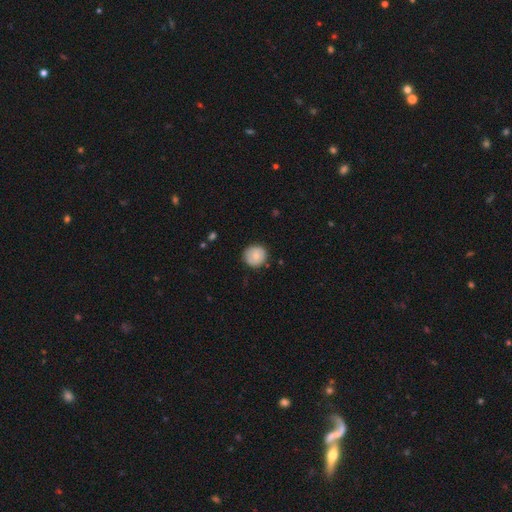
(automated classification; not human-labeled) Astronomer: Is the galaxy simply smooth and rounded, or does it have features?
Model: smooth — 72%.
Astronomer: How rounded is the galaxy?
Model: round — 93%.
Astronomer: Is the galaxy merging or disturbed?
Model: none — 85%.